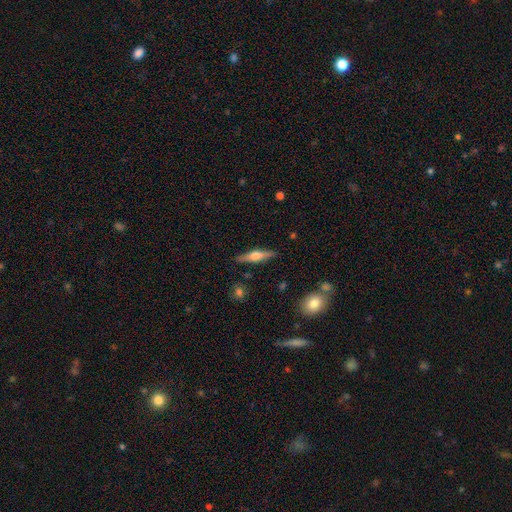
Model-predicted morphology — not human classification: Smooth or featured: featured or disk — 59% (smooth — 35%)
Edge-on disk: yes — 96% (no — 4%)
Edge-on bulge: rounded — 90% (boxy — 7%)
Merging: none — 88% (minor disturbance — 9%)